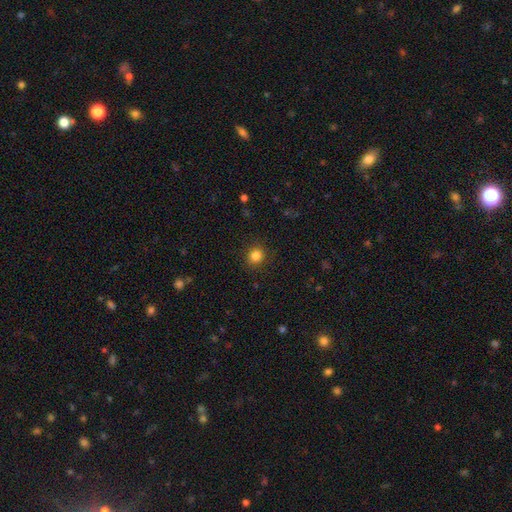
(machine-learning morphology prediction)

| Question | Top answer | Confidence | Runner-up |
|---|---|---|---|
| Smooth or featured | smooth | 83% | star or artifact (12%) |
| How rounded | round | 88% | in between (11%) |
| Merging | none | 90% | minor disturbance (6%) |